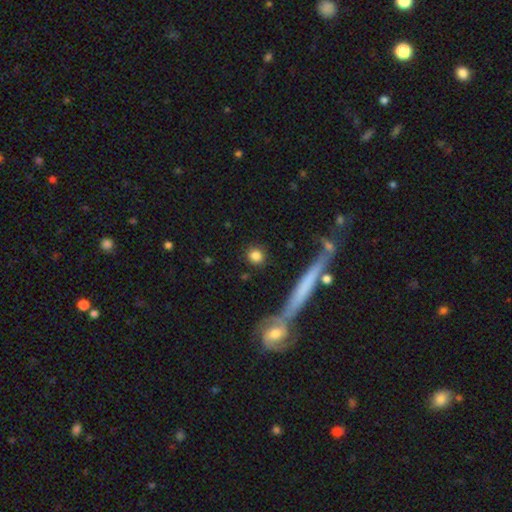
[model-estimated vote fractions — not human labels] The model was most divided on "smooth or featured": smooth: 83%, star or artifact: 9%, featured or disk: 8%. More confident: merging — none (87%); how rounded — round (86%).